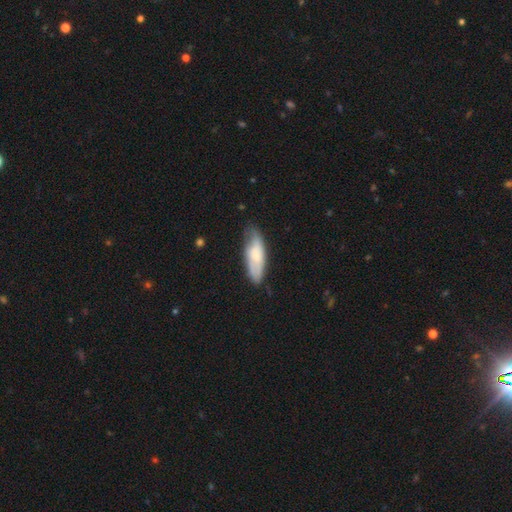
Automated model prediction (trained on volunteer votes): Smooth or featured?
  - smooth: 63% *
  - featured or disk: 31%
  - star or artifact: 6%
How rounded?
  - in between: 61% *
  - cigar-shaped: 37%
  - round: 2%
Merging?
  - none: 63% *
  - minor disturbance: 28%
  - major disturbance: 6%
  - merger: 2%